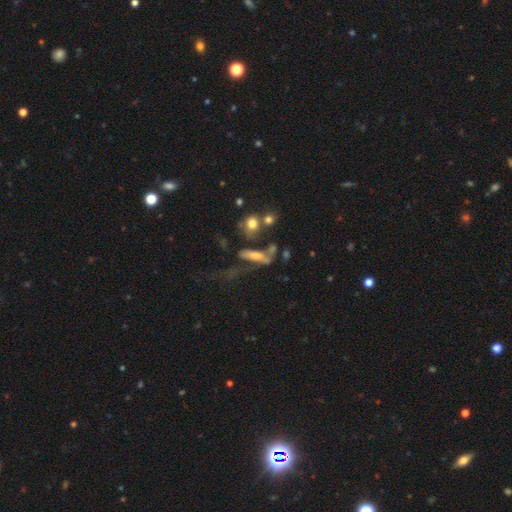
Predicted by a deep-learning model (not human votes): A smooth galaxy with no disk features (49%).

Vote fractions:
- Smooth or featured? smooth: 49% / featured or disk: 38% / star or artifact: 13%
- Merging? major disturbance: 32% / none: 27% / merger: 25% / minor disturbance: 16%